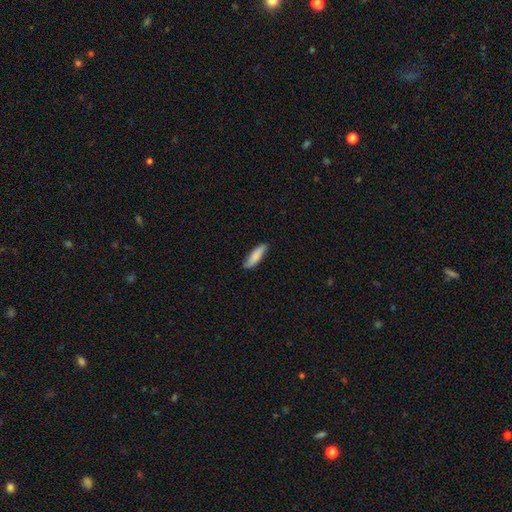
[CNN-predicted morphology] Smooth or featured?
  - smooth: 81% *
  - featured or disk: 14%
  - star or artifact: 5%
How rounded?
  - cigar-shaped: 65% *
  - in between: 34%
  - round: 2%
Merging?
  - none: 82% *
  - minor disturbance: 15%
  - major disturbance: 2%
  - merger: 1%